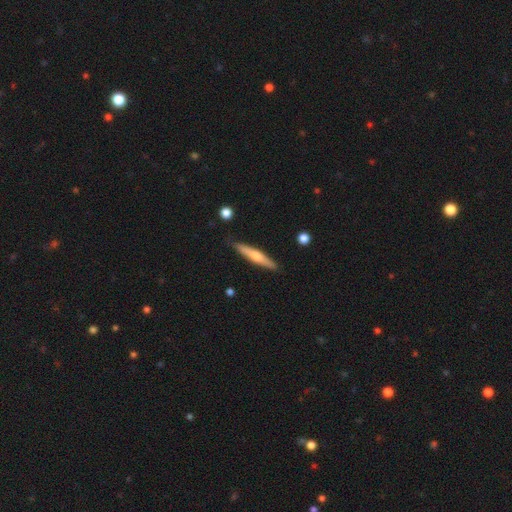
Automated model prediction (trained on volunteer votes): A featured or disk galaxy (48%). Merging: none (88%).